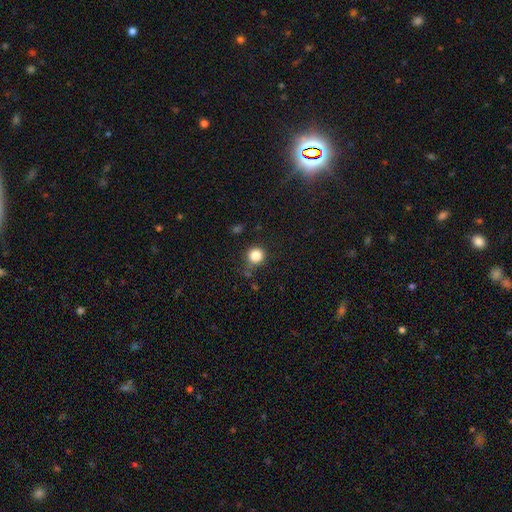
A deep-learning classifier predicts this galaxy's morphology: The model was most divided on "merging": none: 79%, minor disturbance: 14%, major disturbance: 4%, merger: 3%. More confident: how rounded — round (91%); smooth or featured — smooth (85%).